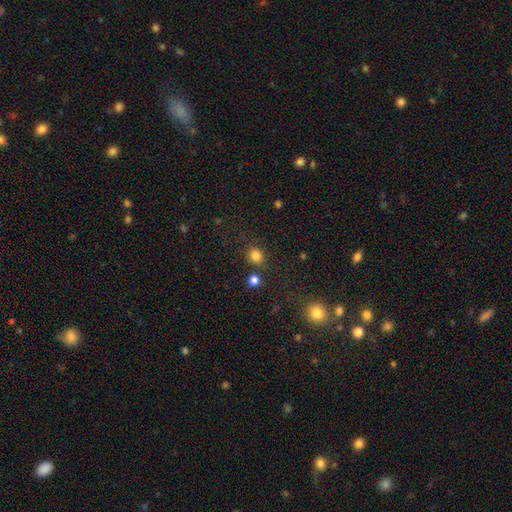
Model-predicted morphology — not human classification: smooth 82%, star or artifact 14%, featured or disk 4%. Down the decision tree: how rounded — round (84%); merging — none (78%).